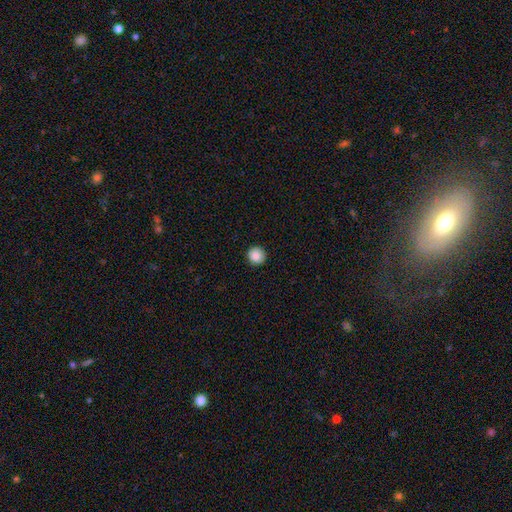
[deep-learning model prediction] Smooth or featured: smooth — 88% (star or artifact — 9%)
How rounded: round — 94% (in between — 5%)
Merging: none — 92% (minor disturbance — 5%)